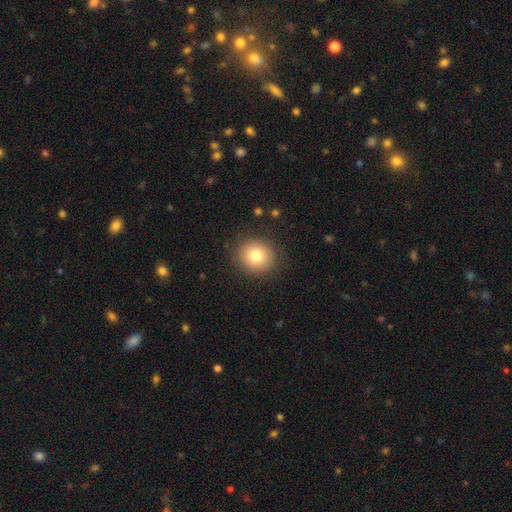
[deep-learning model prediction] Overall: smooth (80%). How rounded: round (87%). Merging: none (89%).